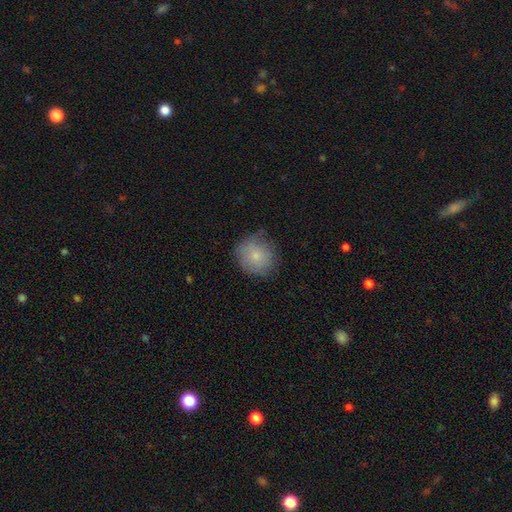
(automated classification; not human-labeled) smooth-or-featured: smooth: 78% | featured or disk: 13% | star or artifact: 8%
  how-rounded: round: 86% | in between: 13% | cigar-shaped: 1%
  merging: none: 73% | minor disturbance: 21% | major disturbance: 5% | merger: 1%